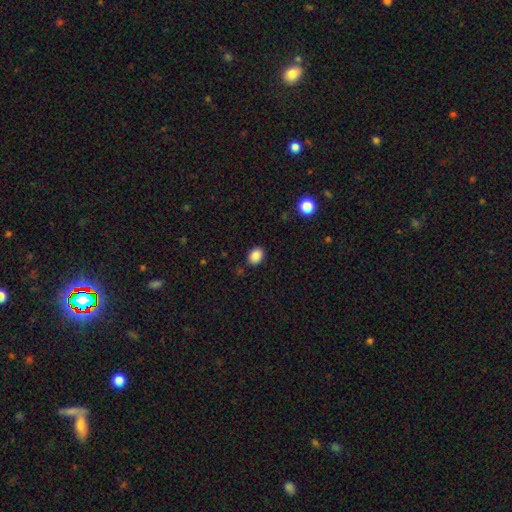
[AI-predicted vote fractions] The model was most divided on "how rounded": in between: 63%, round: 36%, cigar-shaped: 1%. More confident: smooth or featured — smooth (87%); merging — none (86%).